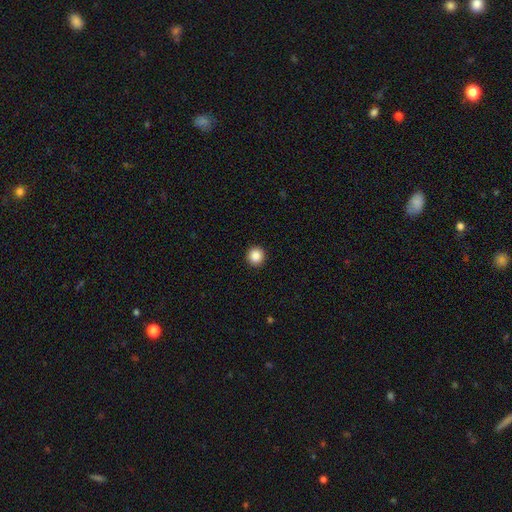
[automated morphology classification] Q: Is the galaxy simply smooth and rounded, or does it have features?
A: smooth — 87%.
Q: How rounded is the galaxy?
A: round — 95%.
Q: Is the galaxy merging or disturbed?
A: none — 94%.